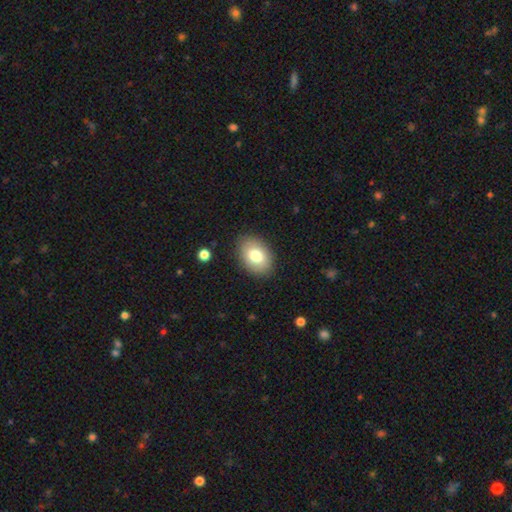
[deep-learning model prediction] smooth_or_featured: smooth (p=0.78) [alt: featured or disk p=0.14]
how_rounded: in between (p=0.81) [alt: round p=0.18]
merging: none (p=0.87) [alt: minor disturbance p=0.09]